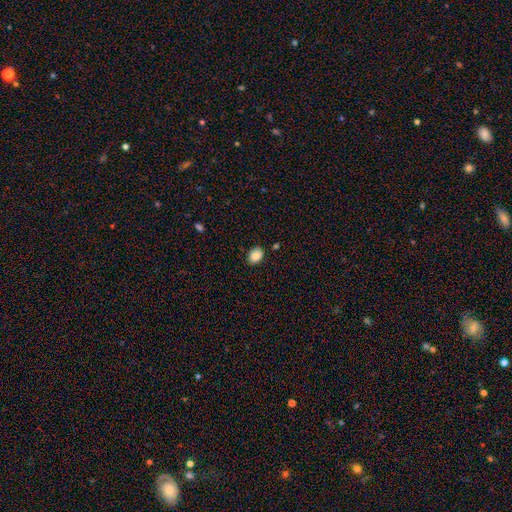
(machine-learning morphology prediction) This is clearly a smooth galaxy (86%). How rounded: likely in between (69%). Merging: clearly none (85%).